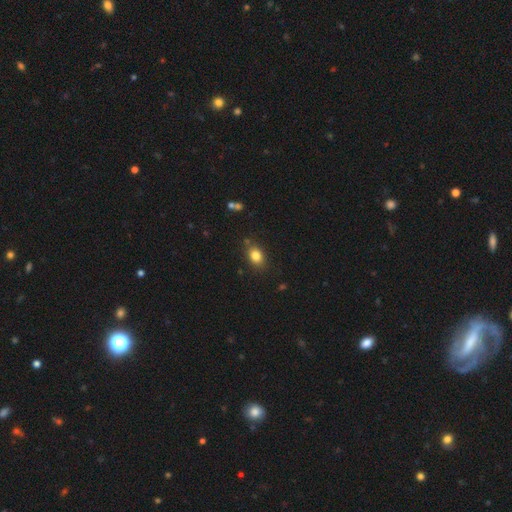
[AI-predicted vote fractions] Q: Smooth or featured?
A: smooth (83%); runner-up: star or artifact (10%)
Q: How rounded?
A: in between (73%); runner-up: round (26%)
Q: Merging?
A: none (81%); runner-up: minor disturbance (13%)